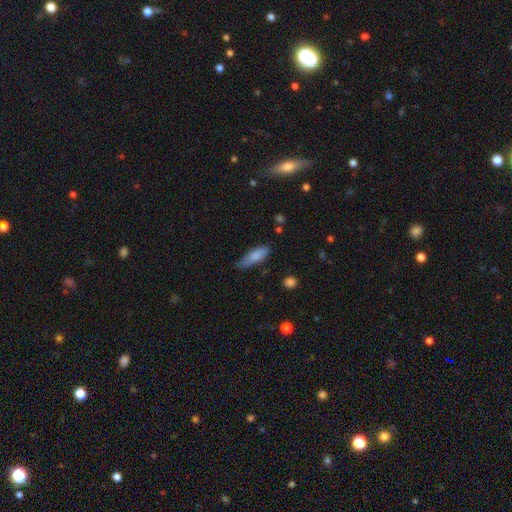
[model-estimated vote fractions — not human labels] smooth 82%, featured or disk 12%, star or artifact 6%. Down the decision tree: how rounded — in between (58%); merging — none (59%).